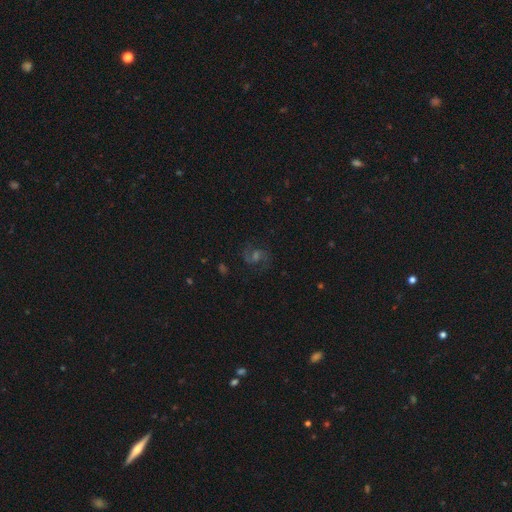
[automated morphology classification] featured or disk 71%, star or artifact 18%, smooth 11%. Down the decision tree: edge-on disk — no (98%); bar — weak (50%); spiral arms — yes (95%); spiral arm count — 2 (90%); spiral winding — medium (57%); bulge size — moderate (43%); merging — none (81%).